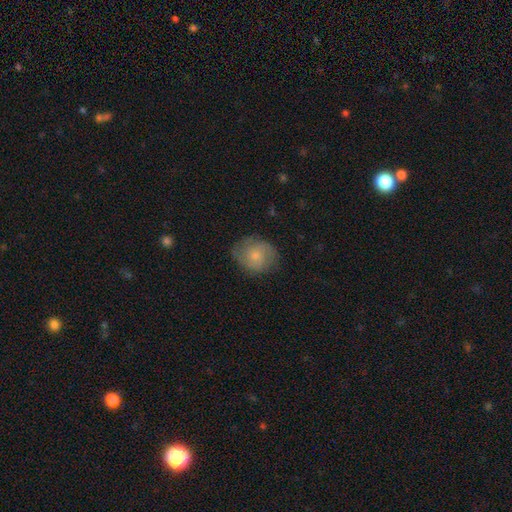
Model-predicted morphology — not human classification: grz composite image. It shows a smooth galaxy with no disk features (51%) that is round (68%). Merging: none (72%).